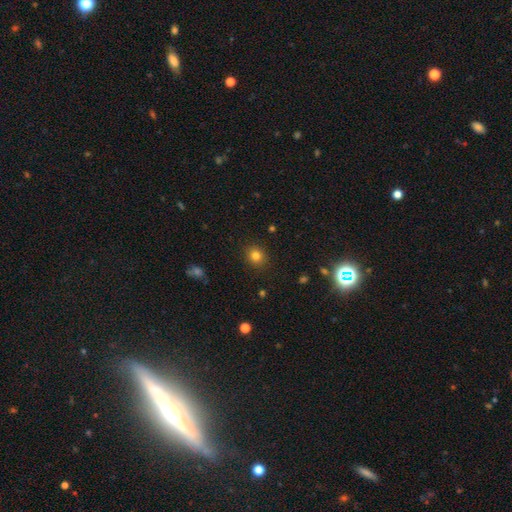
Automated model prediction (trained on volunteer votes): A smooth galaxy with no disk features (81%) that is round (80%).

Vote fractions:
- Smooth or featured? smooth: 81% / star or artifact: 13% / featured or disk: 6%
- How rounded? round: 80% / in between: 19% / cigar-shaped: 1%
- Merging? none: 89% / minor disturbance: 7% / major disturbance: 2% / merger: 1%